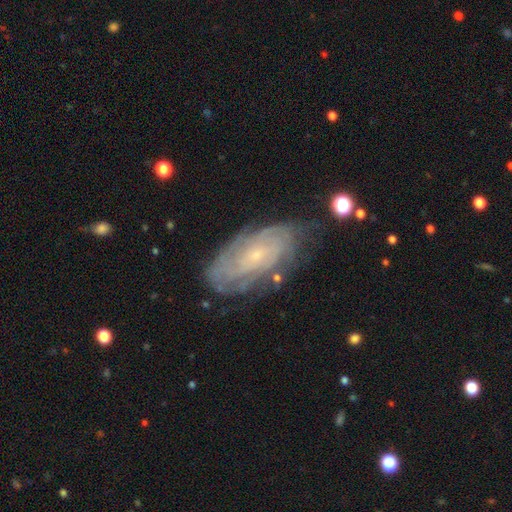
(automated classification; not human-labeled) smooth-or-featured: featured or disk: 77% | smooth: 15% | star or artifact: 8%
  disk-edge-on: no: 93% | yes: 7%
    bar: no: 71% | weak: 24% | strong: 5%
    has-spiral-arms: yes: 91% | no: 9%
      spiral-winding: tight: 74% | medium: 20% | loose: 6%
      spiral-arm-count: can't tell: 51% | 2: 17% | 3: 11% | 4: 10% | more than 4: 6% | 1: 5%
    bulge-size: small: 80% | moderate: 14% | none: 4% | large: 1% | dominant: 1%
  merging: none: 74% | minor disturbance: 18% | major disturbance: 6% | merger: 2%